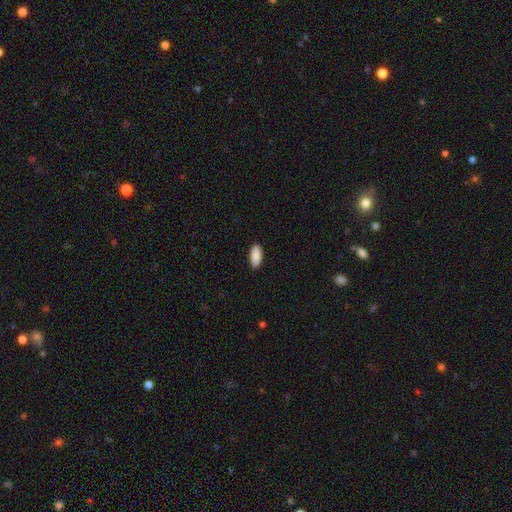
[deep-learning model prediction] smooth_or_featured: smooth (p=0.90) [alt: star or artifact p=0.06]
how_rounded: in between (p=0.87) [alt: cigar-shaped p=0.11]
merging: none (p=0.89) [alt: minor disturbance p=0.08]